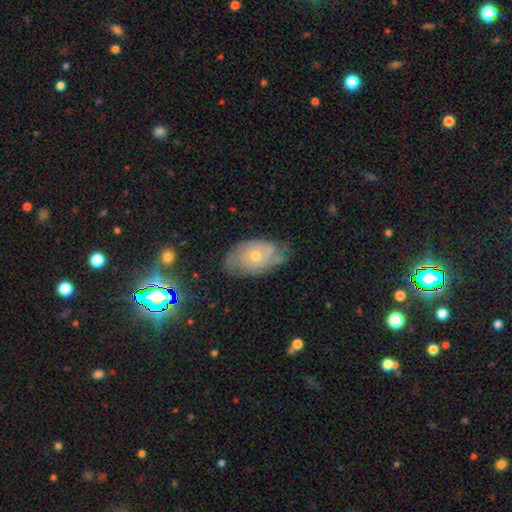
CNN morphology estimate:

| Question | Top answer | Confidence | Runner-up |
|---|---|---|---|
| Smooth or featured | featured or disk | 65% | smooth (24%) |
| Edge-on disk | no | 94% | yes (6%) |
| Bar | no | 82% | weak (16%) |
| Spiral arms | yes | 82% | no (18%) |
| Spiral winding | tight | 56% | medium (32%) |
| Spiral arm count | can't tell | 46% | 2 (29%) |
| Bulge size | small | 64% | moderate (33%) |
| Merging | none | 61% | minor disturbance (27%) |